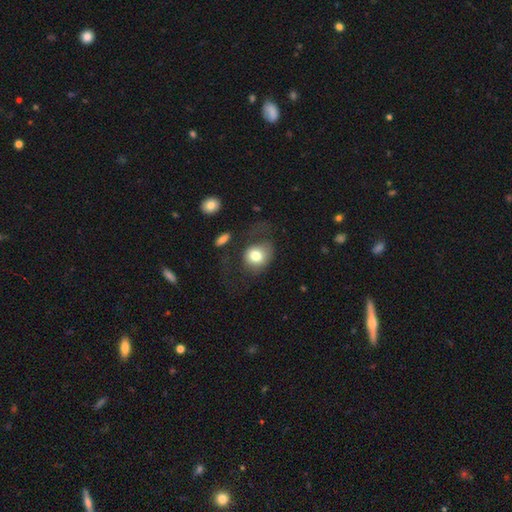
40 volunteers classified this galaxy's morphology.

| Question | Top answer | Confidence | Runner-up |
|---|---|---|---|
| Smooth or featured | smooth | 78% | featured or disk (15%) |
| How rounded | in between | 65% | round (35%) |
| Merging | none | 41% | major disturbance (38%) |